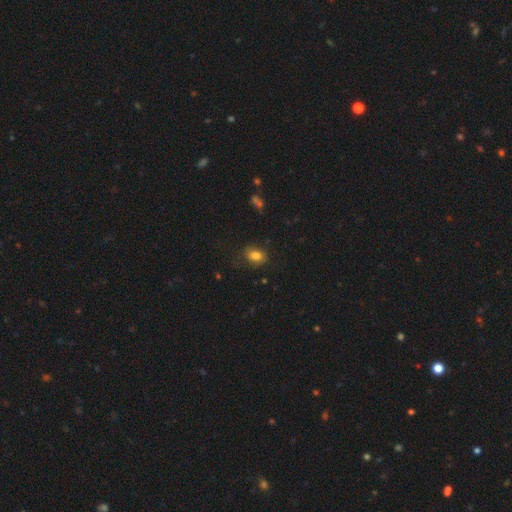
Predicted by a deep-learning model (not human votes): This is clearly a smooth galaxy (82%). How rounded: likely in between (70%). Merging: likely none (75%).